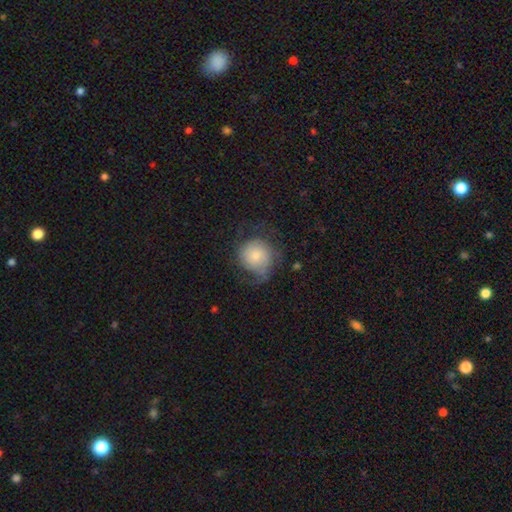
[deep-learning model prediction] smooth 51%, featured or disk 41%, star or artifact 8%. Down the decision tree: how rounded — round (86%); merging — none (51%).